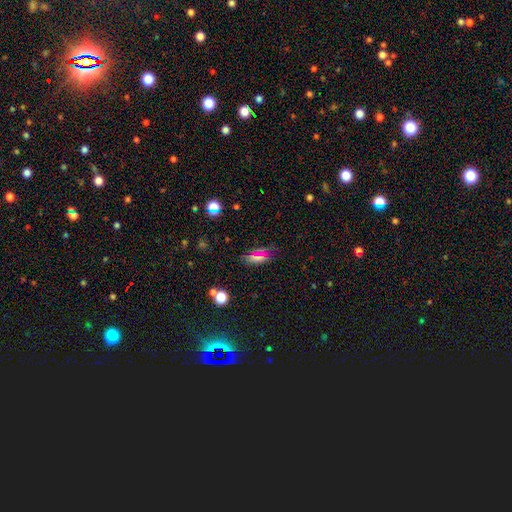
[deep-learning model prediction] smooth 45%, star or artifact 33%, featured or disk 22%. Down the decision tree: merging — none (70%).